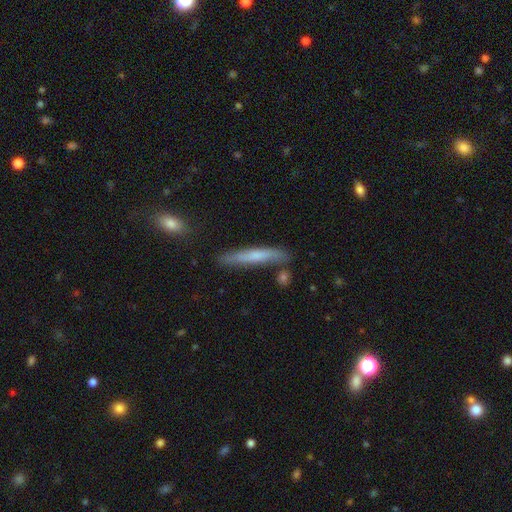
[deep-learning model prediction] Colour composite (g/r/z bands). It shows a smooth galaxy with no disk features (59%) that is cigar-shaped (94%). Merging: none (78%).